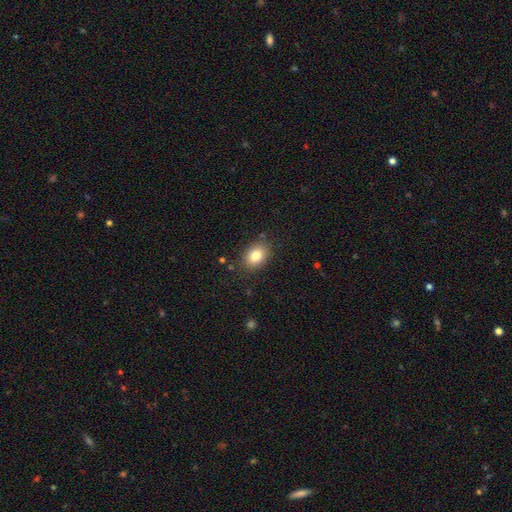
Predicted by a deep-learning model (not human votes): Smooth or featured? smooth (82%)
How rounded? in between (73%)
Merging? none (85%)